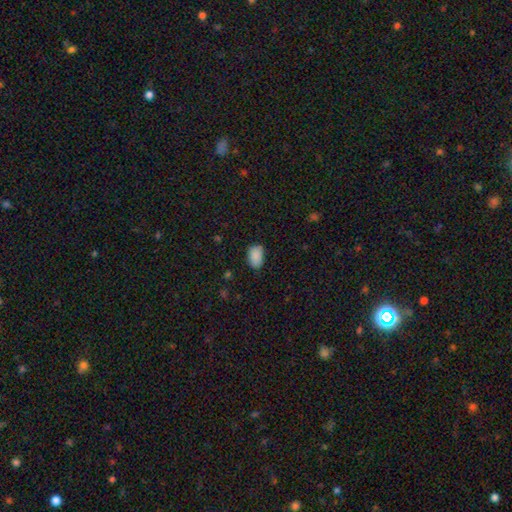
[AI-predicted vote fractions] Overall: smooth (88%). How rounded: in between (88%). Merging: none (76%).